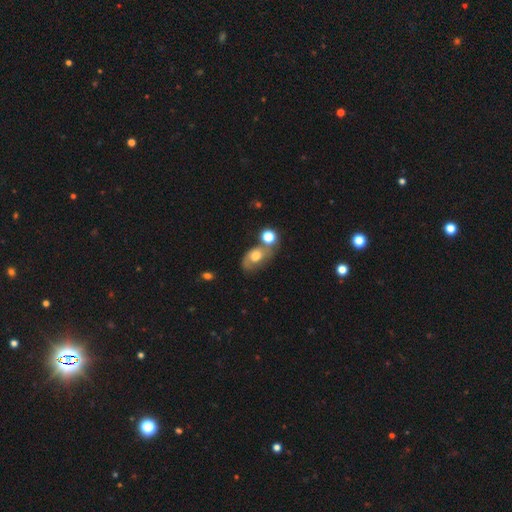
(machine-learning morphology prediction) smooth 47%, featured or disk 41%, star or artifact 12%. Down the decision tree: merging — none (42%).